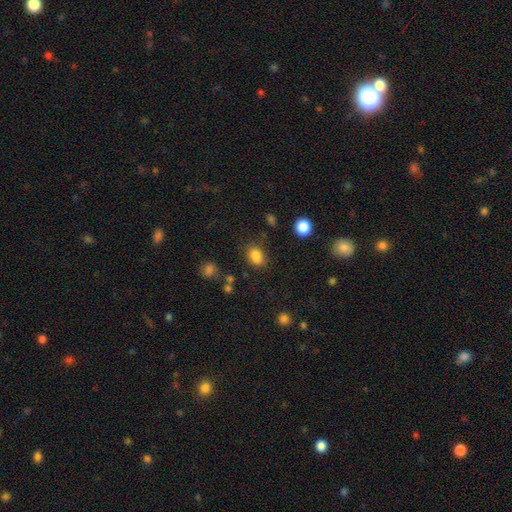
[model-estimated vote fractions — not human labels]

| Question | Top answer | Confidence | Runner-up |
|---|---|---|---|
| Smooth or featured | smooth | 82% | star or artifact (12%) |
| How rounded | in between | 74% | round (24%) |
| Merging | none | 69% | minor disturbance (18%) |